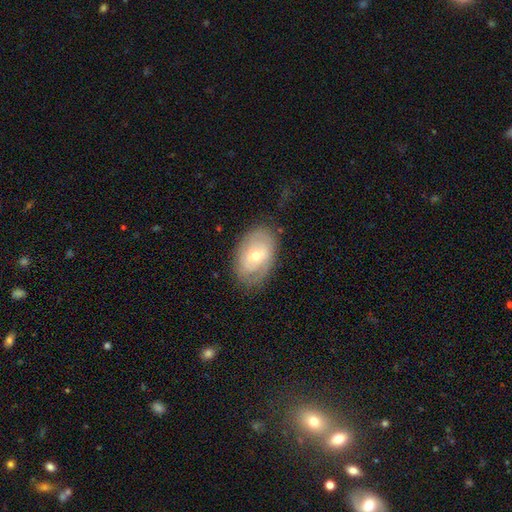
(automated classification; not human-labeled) featured or disk 53%, smooth 40%, star or artifact 7%. Down the decision tree: edge-on disk — no (92%); merging — none (76%).